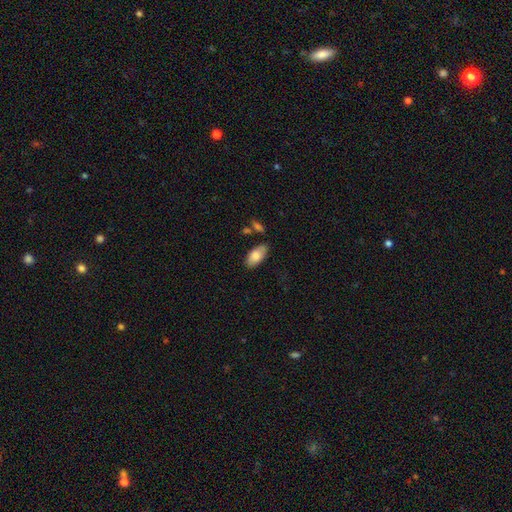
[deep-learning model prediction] This appears to be a smooth galaxy with no disk features (81%) that is in between round and cigar-shaped (93%). Merging: none (78%).